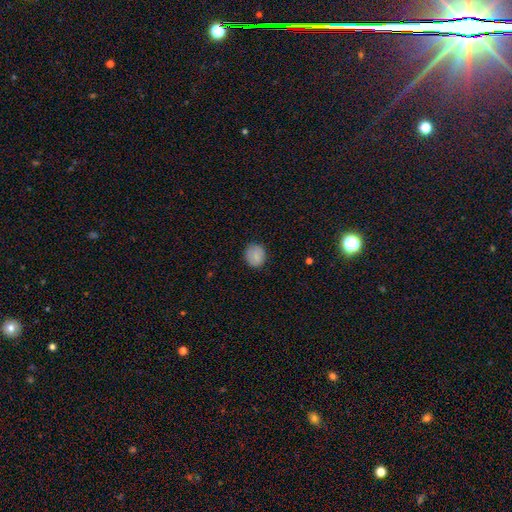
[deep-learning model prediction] A smooth galaxy with no disk features (83%) that is round (83%).

Vote fractions:
- Smooth or featured? smooth: 83% / featured or disk: 9% / star or artifact: 8%
- How rounded? round: 83% / in between: 16% / cigar-shaped: 1%
- Merging? none: 85% / minor disturbance: 11% / major disturbance: 3% / merger: 1%